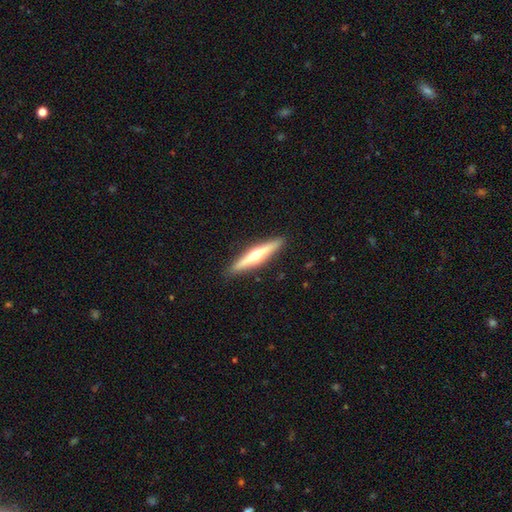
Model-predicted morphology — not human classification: Smooth or featured: featured or disk — 67% (smooth — 28%)
Edge-on disk: yes — 97% (no — 3%)
Edge-on bulge: rounded — 93% (none — 4%)
Merging: none — 91% (minor disturbance — 6%)